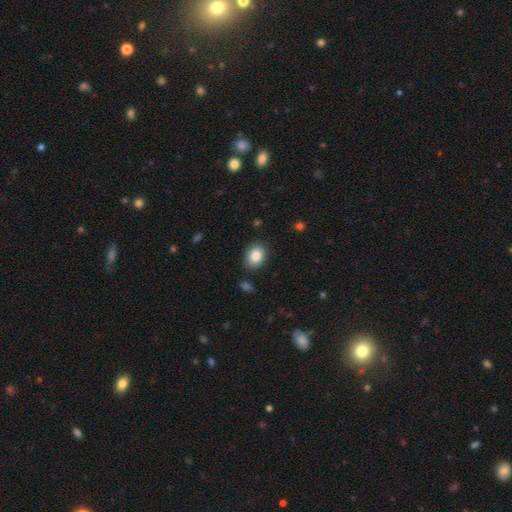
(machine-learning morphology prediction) A smooth galaxy with no disk features (85%) that is in between round and cigar-shaped (60%).

Vote fractions:
- Smooth or featured? smooth: 85% / star or artifact: 8% / featured or disk: 6%
- How rounded? in between: 60% / round: 39% / cigar-shaped: 1%
- Merging? none: 85% / minor disturbance: 11% / major disturbance: 3% / merger: 2%